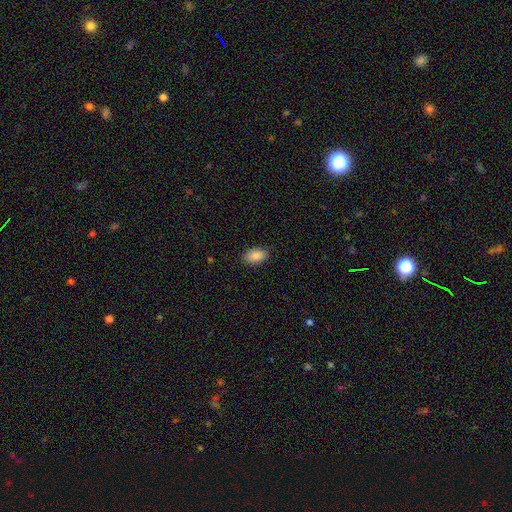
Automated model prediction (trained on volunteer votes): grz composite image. It shows a smooth galaxy with no disk features (88%) that is in between round and cigar-shaped (90%). Merging: none (88%).